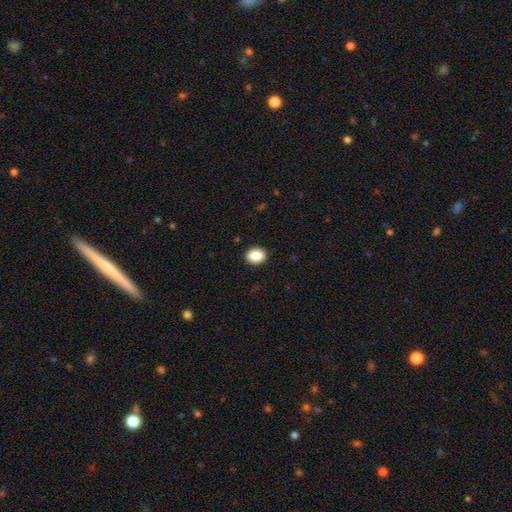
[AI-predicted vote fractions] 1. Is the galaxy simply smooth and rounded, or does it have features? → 88% smooth, 8% star or artifact, 4% featured or disk.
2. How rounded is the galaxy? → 58% in between, 41% round, 1% cigar-shaped.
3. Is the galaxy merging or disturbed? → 91% none, 7% minor disturbance, 2% major disturbance, 1% merger.